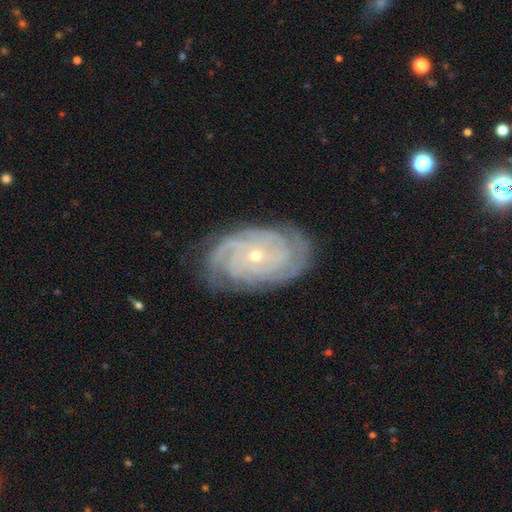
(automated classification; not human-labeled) featured or disk 88%, smooth 6%, star or artifact 6%. Down the decision tree: edge-on disk — no (96%); bar — no (76%); spiral arms — yes (98%); spiral arm count — 4 (26%); spiral winding — tight (81%); bulge size — small (74%); merging — none (81%).